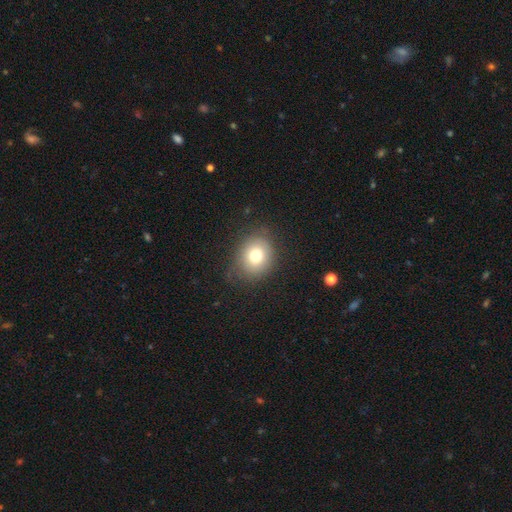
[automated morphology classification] A smooth galaxy with no disk features (74%) that is round (64%).

Vote fractions:
- Smooth or featured? smooth: 74% / featured or disk: 14% / star or artifact: 12%
- How rounded? round: 64% / in between: 35% / cigar-shaped: 1%
- Merging? none: 75% / minor disturbance: 18% / major disturbance: 6% / merger: 1%